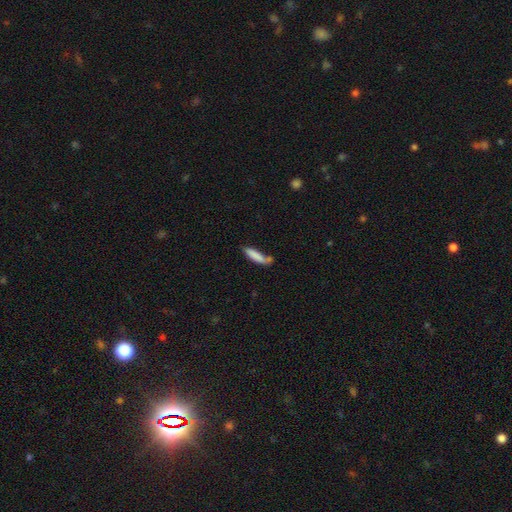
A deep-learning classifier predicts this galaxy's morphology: Overall: smooth (82%). How rounded: cigar-shaped (75%). Merging: none (57%; minor disturbance 21%).